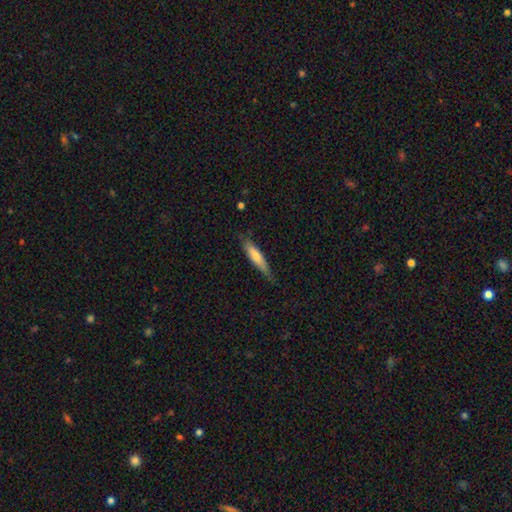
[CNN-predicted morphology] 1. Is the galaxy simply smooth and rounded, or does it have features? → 62% smooth, 32% featured or disk, 6% star or artifact.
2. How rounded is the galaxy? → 80% cigar-shaped, 18% in between, 2% round.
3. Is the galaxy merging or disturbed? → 72% none, 23% minor disturbance, 4% major disturbance, 1% merger.